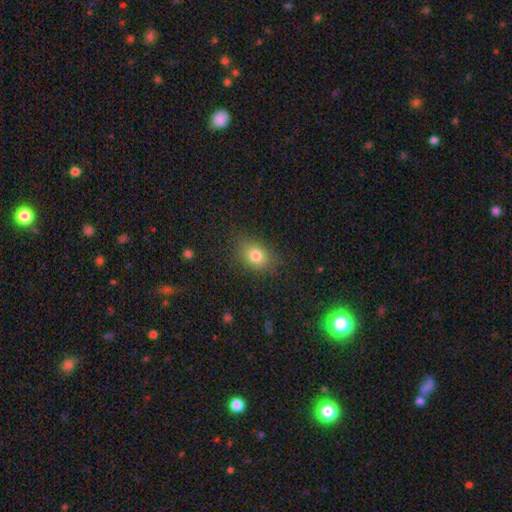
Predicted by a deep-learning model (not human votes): Smooth or featured?
  - smooth: 79% *
  - star or artifact: 12%
  - featured or disk: 9%
How rounded?
  - in between: 70% *
  - round: 28%
  - cigar-shaped: 2%
Merging?
  - none: 83% *
  - minor disturbance: 12%
  - major disturbance: 4%
  - merger: 1%